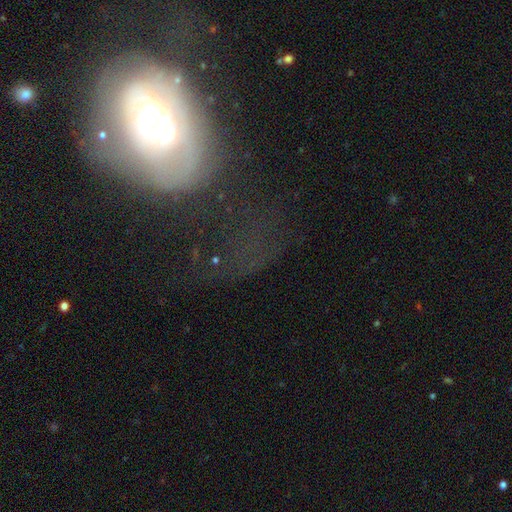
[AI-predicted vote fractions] This appears to be a featured or disk galaxy (47%). Merging: major disturbance (41%).